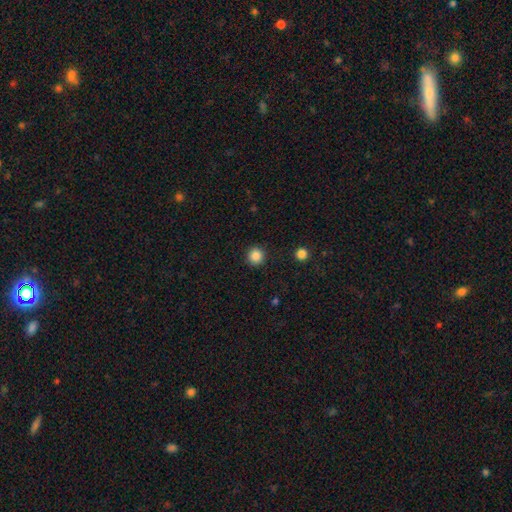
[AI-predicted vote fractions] smooth-or-featured: smooth: 86% | star or artifact: 11% | featured or disk: 3%
  how-rounded: round: 95% | in between: 4% | cigar-shaped: 1%
  merging: none: 92% | minor disturbance: 5% | major disturbance: 2% | merger: 1%